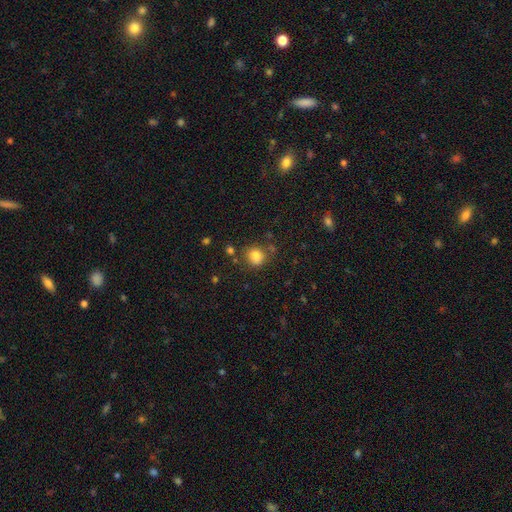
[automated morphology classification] A smooth galaxy with no disk features (83%) that is round (77%). Merging: none (76%).